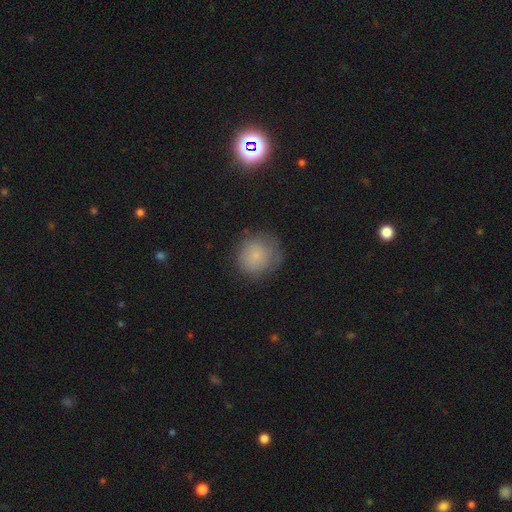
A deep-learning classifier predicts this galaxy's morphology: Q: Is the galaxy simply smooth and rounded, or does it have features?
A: smooth — 77%.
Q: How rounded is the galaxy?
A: round — 90%.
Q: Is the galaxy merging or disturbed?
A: none — 70%.